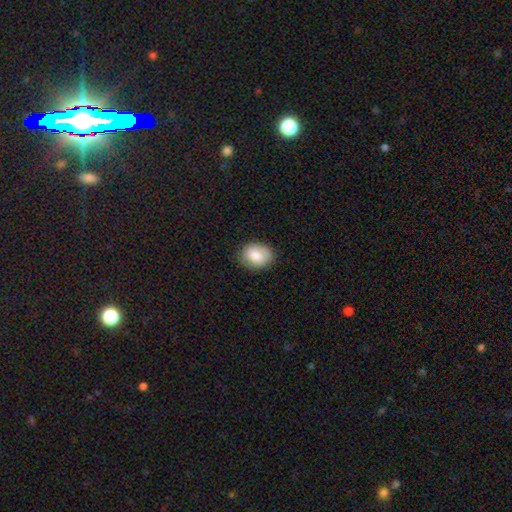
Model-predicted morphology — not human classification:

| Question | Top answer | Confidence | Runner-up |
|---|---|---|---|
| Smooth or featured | smooth | 81% | featured or disk (12%) |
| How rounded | in between | 61% | round (38%) |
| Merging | none | 83% | minor disturbance (13%) |